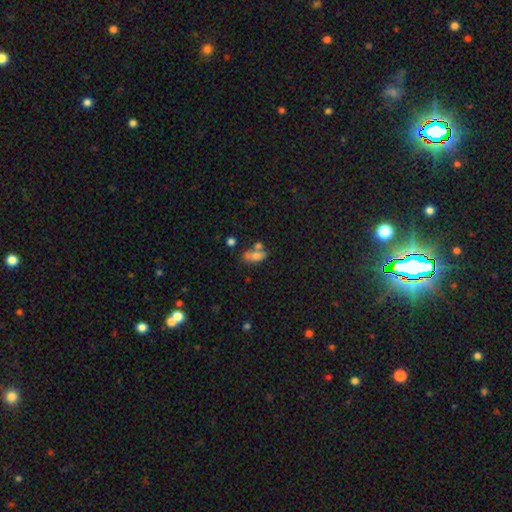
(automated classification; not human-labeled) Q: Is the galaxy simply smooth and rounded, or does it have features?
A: smooth — 70%.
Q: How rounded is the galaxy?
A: in between — 85%.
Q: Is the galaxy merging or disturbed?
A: none — 40%.